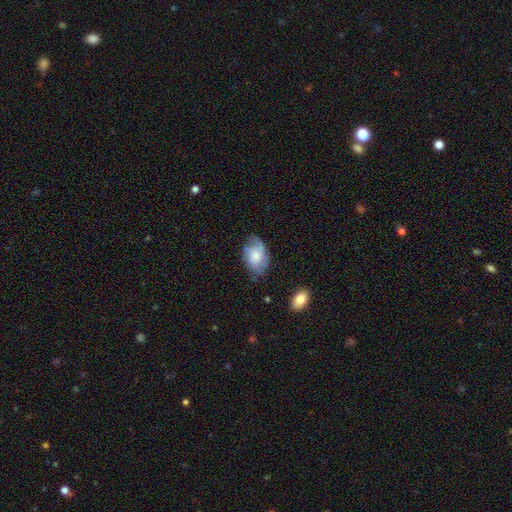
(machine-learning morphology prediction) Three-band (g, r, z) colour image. It shows a smooth galaxy with no disk features (50%) that is in between round and cigar-shaped (85%). Merging: none (58%).